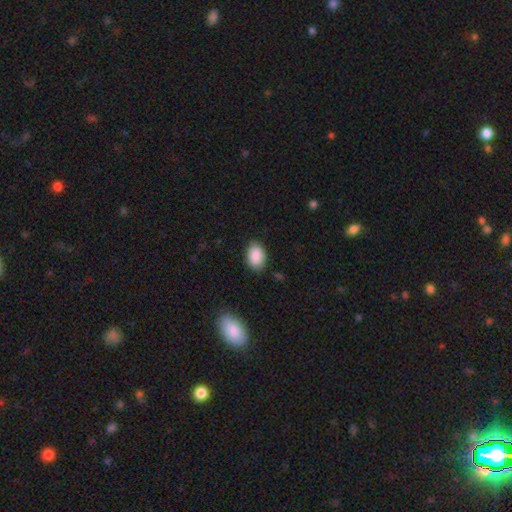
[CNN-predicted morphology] A smooth galaxy with no disk features (89%) that is in between round and cigar-shaped (84%). Merging: none (81%).